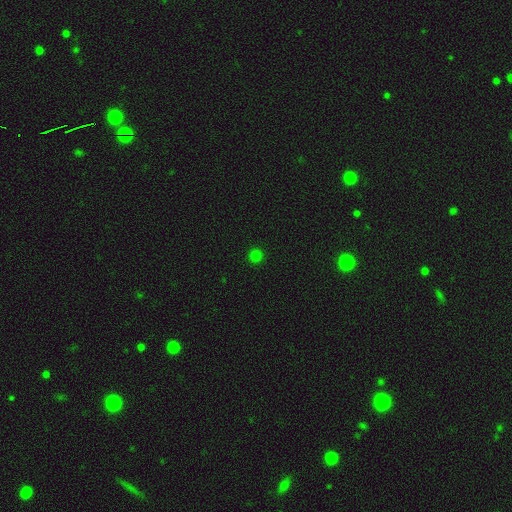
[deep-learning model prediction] smooth_or_featured: smooth (p=0.79) [alt: star or artifact p=0.18]
how_rounded: round (p=0.95) [alt: in between p=0.04]
merging: none (p=0.93) [alt: minor disturbance p=0.04]